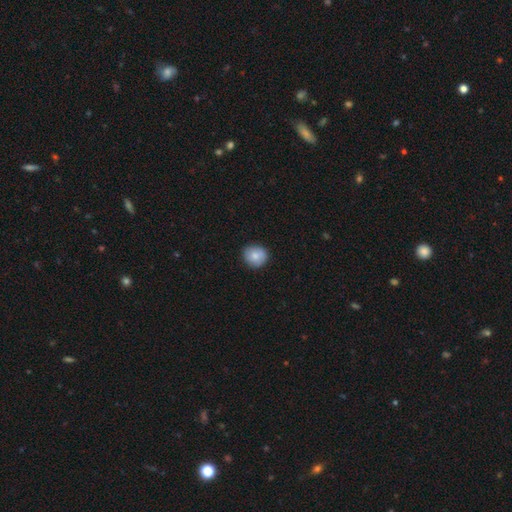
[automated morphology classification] The model was most divided on "smooth or featured": smooth: 81%, featured or disk: 11%, star or artifact: 7%. More confident: merging — none (86%); how rounded — round (85%).